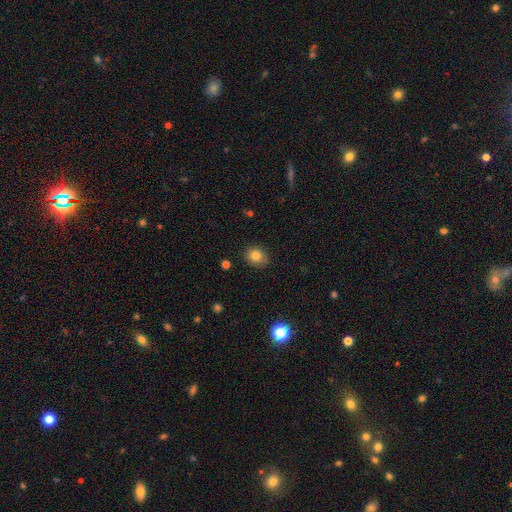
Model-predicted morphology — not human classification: A smooth galaxy with no disk features (81%) that is round (71%). Merging: none (85%).